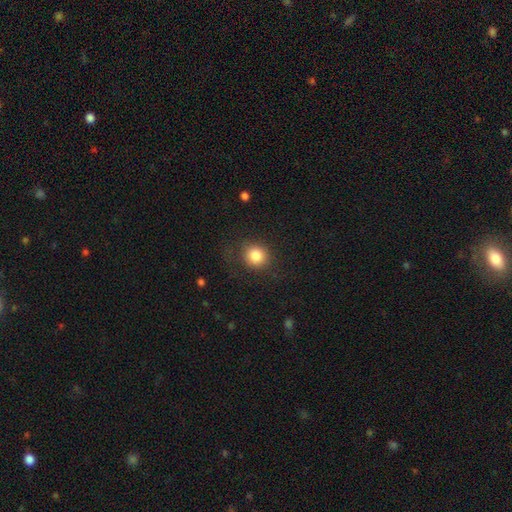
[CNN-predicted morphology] A smooth galaxy with no disk features (84%) that is round (87%). Merging: none (80%).